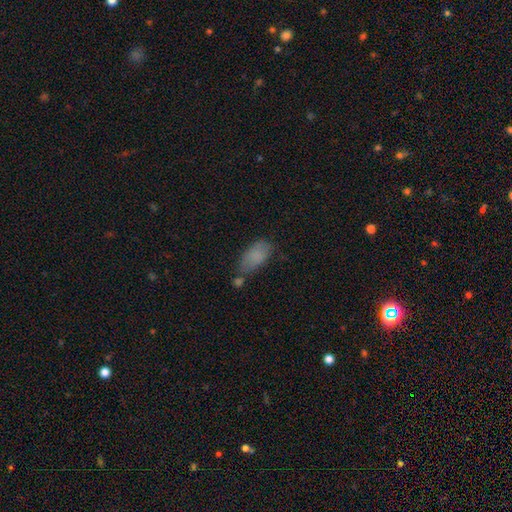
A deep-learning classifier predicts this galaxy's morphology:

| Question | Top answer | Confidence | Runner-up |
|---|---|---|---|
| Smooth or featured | smooth | 82% | star or artifact (9%) |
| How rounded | in between | 90% | cigar-shaped (7%) |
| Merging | none | 55% | minor disturbance (22%) |